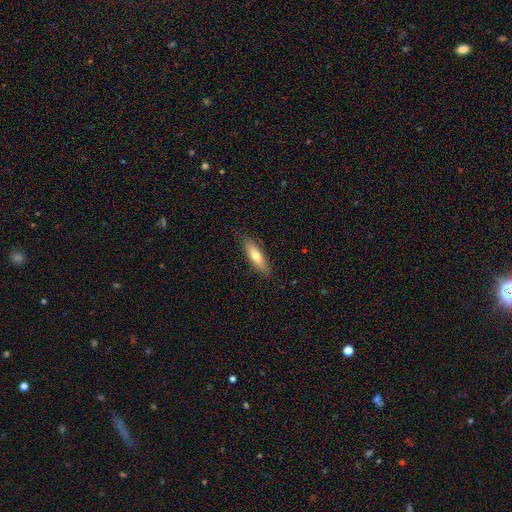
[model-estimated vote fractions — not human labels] This appears to be a smooth galaxy with no disk features (66%) that is cigar-shaped (59%). Merging: none (86%).